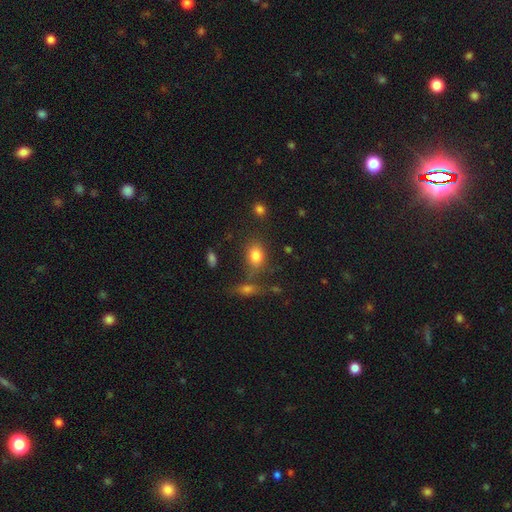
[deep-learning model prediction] A smooth galaxy with no disk features (82%) that is in between round and cigar-shaped (72%).

Vote fractions:
- Smooth or featured? smooth: 82% / star or artifact: 10% / featured or disk: 8%
- How rounded? in between: 72% / round: 26% / cigar-shaped: 2%
- Merging? none: 68% / minor disturbance: 14% / merger: 12% / major disturbance: 6%